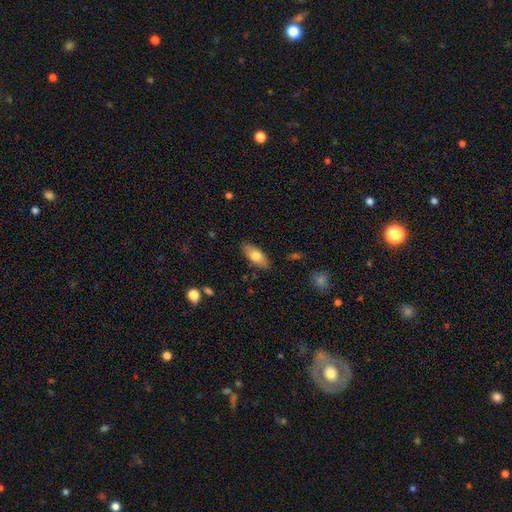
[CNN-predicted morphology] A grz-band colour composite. It shows a smooth galaxy with no disk features (74%) that is in between round and cigar-shaped (84%). Merging: none (86%).